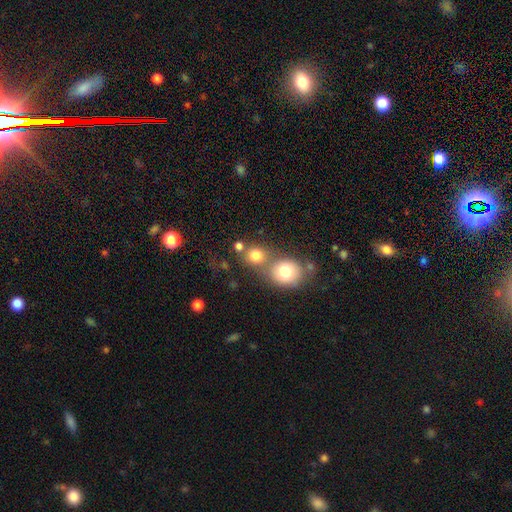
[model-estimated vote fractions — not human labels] This is likely a smooth galaxy (79%). How rounded: clearly round (81%). Merging: possibly none (47%).